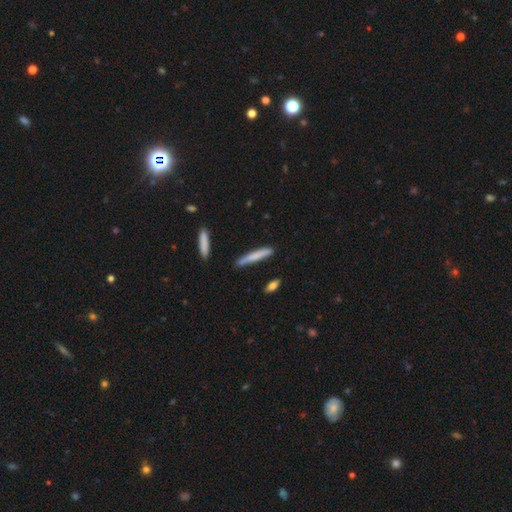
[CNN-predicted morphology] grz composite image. It shows a smooth galaxy with no disk features (71%) that is cigar-shaped (95%). Merging: none (80%).